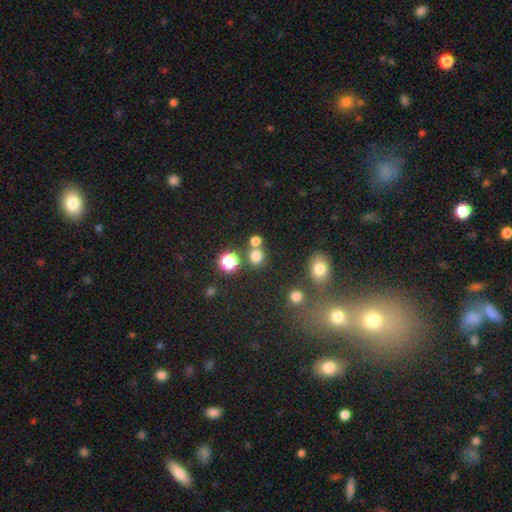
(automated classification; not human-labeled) Overall: smooth (73%). How rounded: round (85%). Merging: none (64%; merger 24%).